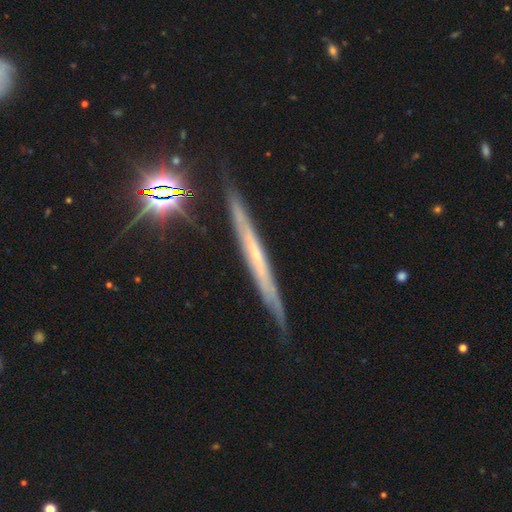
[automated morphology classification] Overall: featured or disk (66%). Edge-on disk: yes (91%). Edge-on bulge: none (77%). Merging: none (82%).